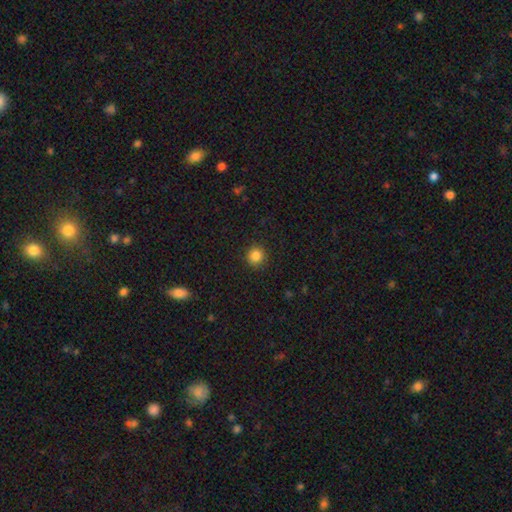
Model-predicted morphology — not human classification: Smooth or featured: smooth — 85% (star or artifact — 11%)
How rounded: round — 93% (in between — 6%)
Merging: none — 91% (minor disturbance — 6%)